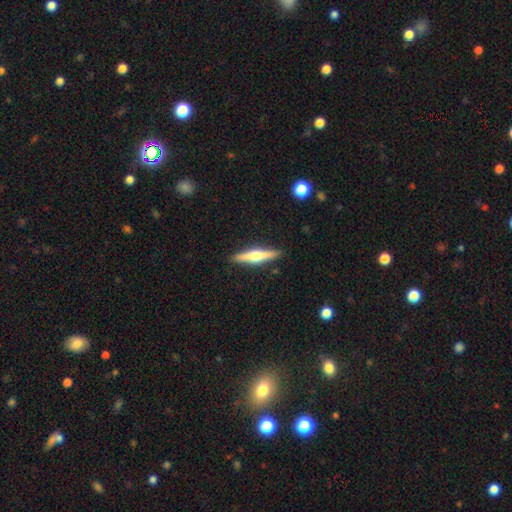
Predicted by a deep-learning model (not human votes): This is possibly a featured or disk galaxy (59%). It is clearly viewed edge-on (96%). Edge-on bulge: clearly rounded (92%). Merging: clearly none (90%).